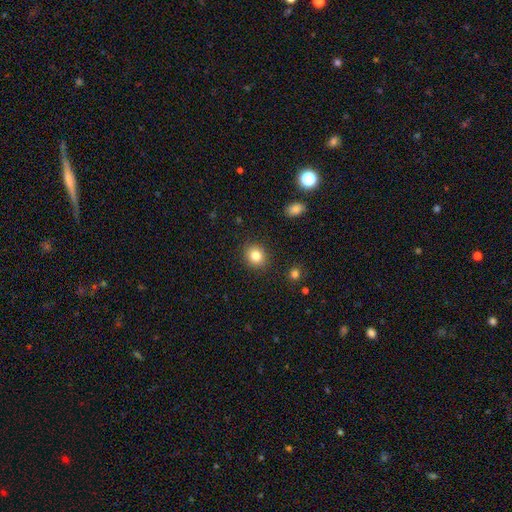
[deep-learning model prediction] Smooth or featured?
  - smooth: 84% *
  - star or artifact: 10%
  - featured or disk: 6%
How rounded?
  - round: 75% *
  - in between: 25%
  - cigar-shaped: 1%
Merging?
  - none: 89% *
  - minor disturbance: 7%
  - major disturbance: 2%
  - merger: 1%